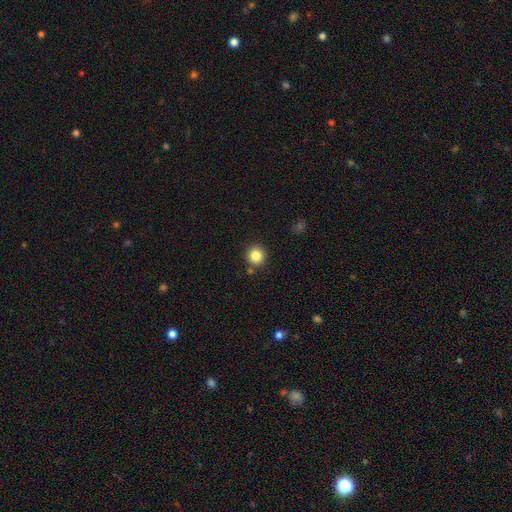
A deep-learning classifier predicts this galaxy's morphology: Smooth or featured: smooth — 85% (star or artifact — 11%)
How rounded: round — 94% (in between — 5%)
Merging: none — 86% (minor disturbance — 7%)